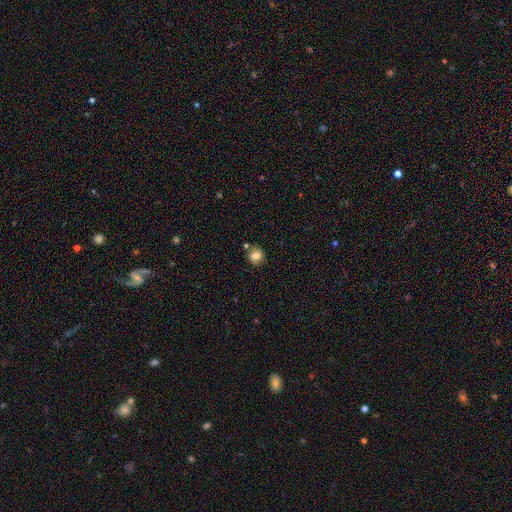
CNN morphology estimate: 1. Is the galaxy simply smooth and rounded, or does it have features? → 80% smooth, 11% star or artifact, 9% featured or disk.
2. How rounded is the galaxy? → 79% round, 20% in between, 1% cigar-shaped.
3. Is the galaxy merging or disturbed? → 72% none, 15% minor disturbance, 9% merger, 4% major disturbance.